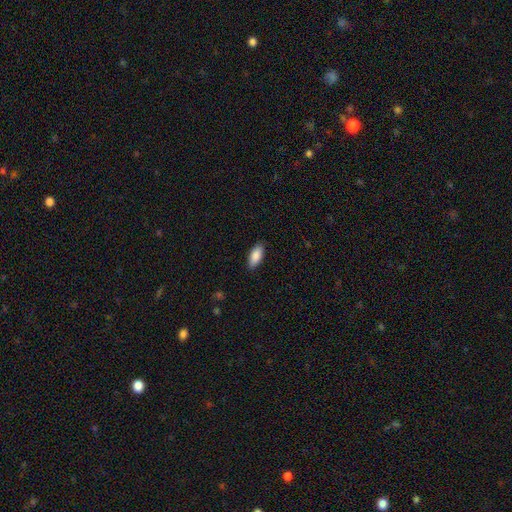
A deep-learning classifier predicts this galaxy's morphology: Q: Smooth or featured?
A: smooth (88%); runner-up: star or artifact (6%)
Q: How rounded?
A: in between (87%); runner-up: cigar-shaped (11%)
Q: Merging?
A: none (88%); runner-up: minor disturbance (9%)